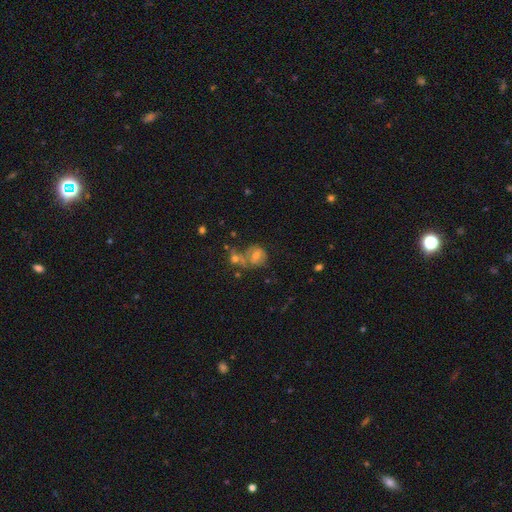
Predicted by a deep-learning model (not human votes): A featured or disk galaxy (43%). Merging: none (47%).